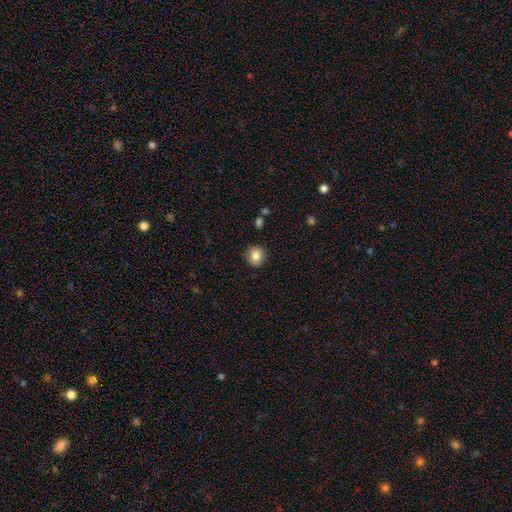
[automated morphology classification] smooth 85%, star or artifact 9%, featured or disk 6%. Down the decision tree: how rounded — round (87%); merging — none (91%).